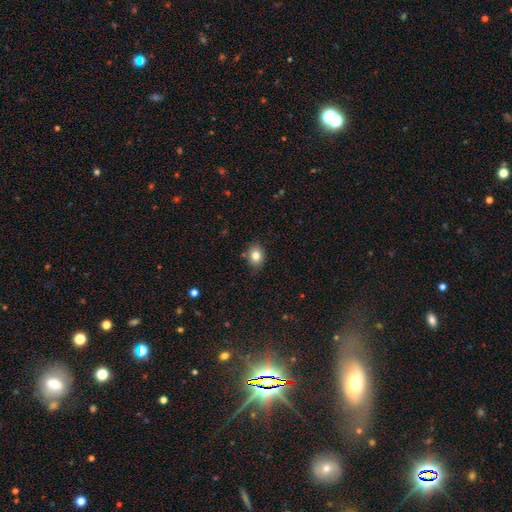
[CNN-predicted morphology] Smooth or featured: smooth — 81% (star or artifact — 10%)
How rounded: in between — 53% (round — 46%)
Merging: none — 83% (minor disturbance — 12%)